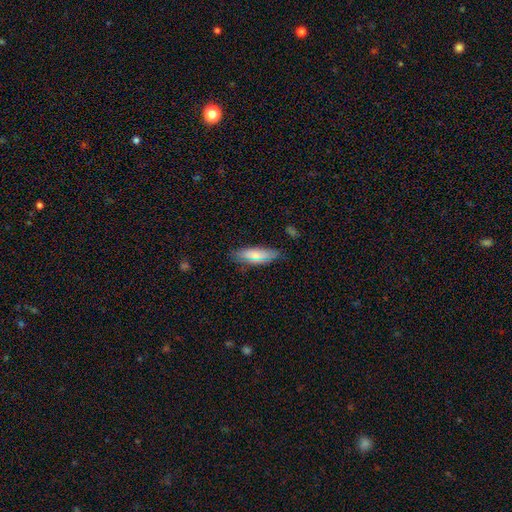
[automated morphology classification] Smooth or featured? Predicted: smooth (p=0.76). How rounded? Predicted: in between (p=0.60). Merging? Predicted: none (p=0.77).